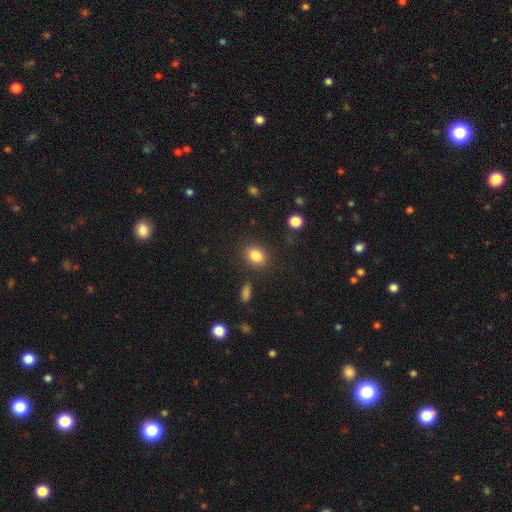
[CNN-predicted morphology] Overall: smooth (85%). How rounded: in between (53%; round 46%). Merging: none (85%).